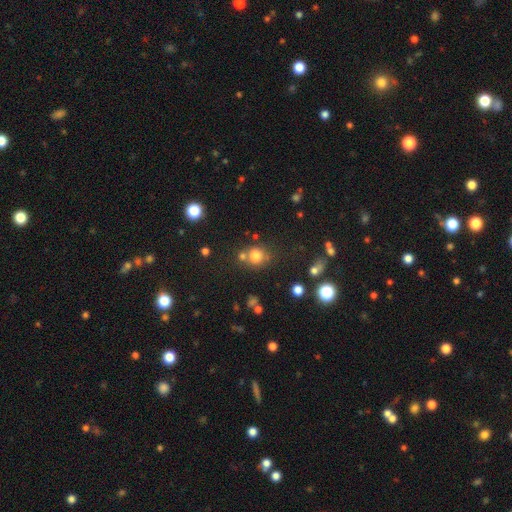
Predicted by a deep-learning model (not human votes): Overall: smooth (76%). How rounded: round (84%). Merging: none (61%).